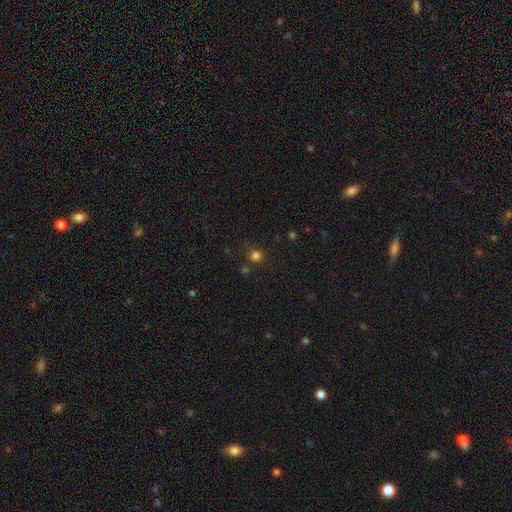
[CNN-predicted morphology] Smooth or featured? smooth (77%)
How rounded? round (91%)
Merging? none (82%)